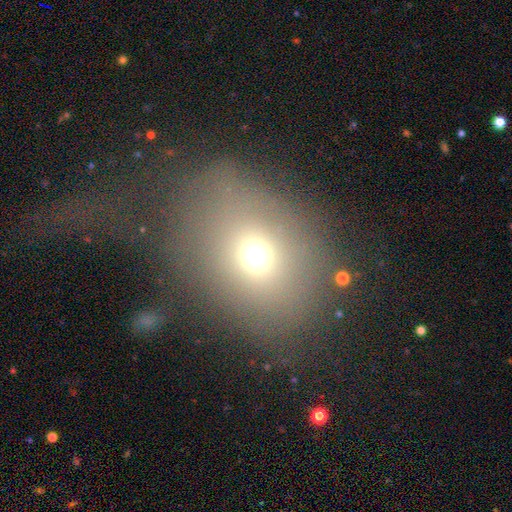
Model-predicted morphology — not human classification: smooth 67%, star or artifact 21%, featured or disk 12%. Down the decision tree: how rounded — round (56%); merging — none (72%).